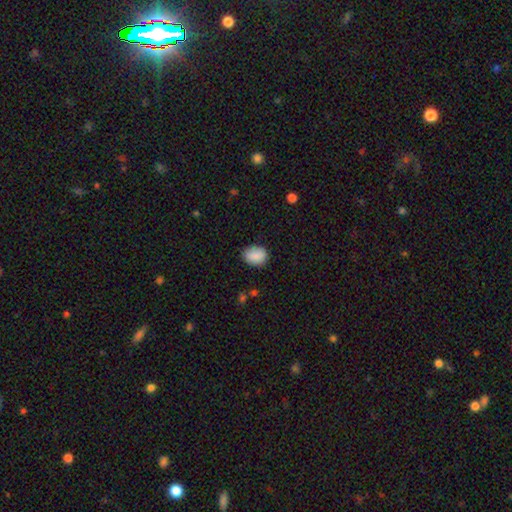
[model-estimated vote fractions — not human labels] A smooth galaxy with no disk features (88%) that is in between round and cigar-shaped (59%).

Vote fractions:
- Smooth or featured? smooth: 88% / star or artifact: 7% / featured or disk: 5%
- How rounded? in between: 59% / round: 40% / cigar-shaped: 1%
- Merging? none: 81% / minor disturbance: 15% / major disturbance: 3% / merger: 1%